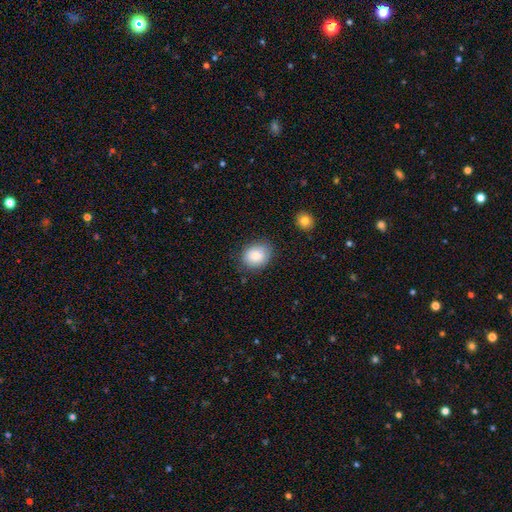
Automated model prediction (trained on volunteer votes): smooth 86%, star or artifact 8%, featured or disk 7%. Down the decision tree: how rounded — round (52%); merging — none (77%).